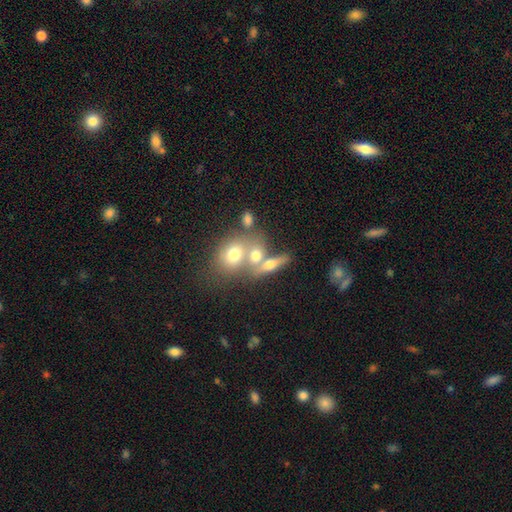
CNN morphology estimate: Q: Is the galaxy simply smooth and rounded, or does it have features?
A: smooth — 62%.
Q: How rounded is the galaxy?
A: in between — 52%.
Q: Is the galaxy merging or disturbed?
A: merger — 52%.